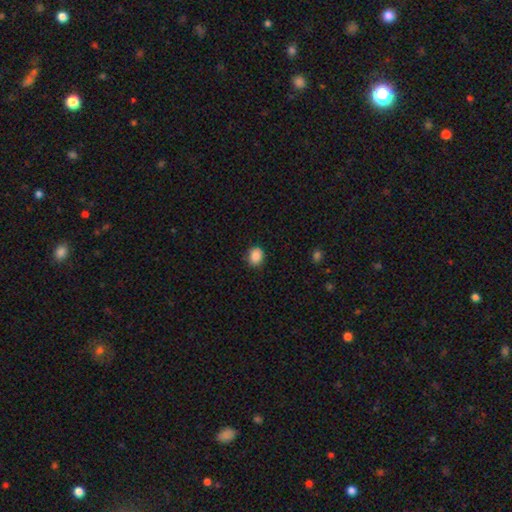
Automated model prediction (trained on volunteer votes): Smooth or featured? smooth (87%)
How rounded? round (63%)
Merging? none (84%)